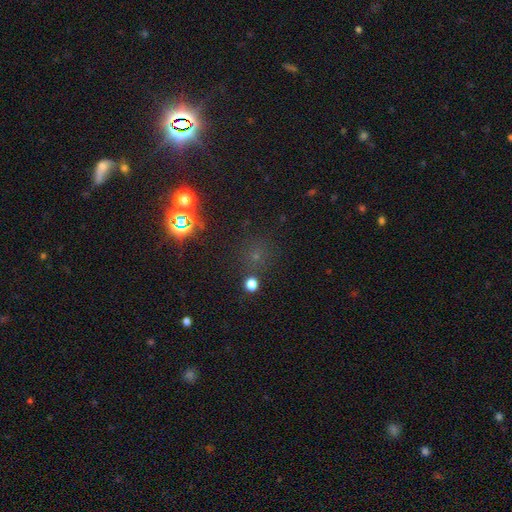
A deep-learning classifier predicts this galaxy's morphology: smooth-or-featured: star or artifact: 50% | smooth: 41% | featured or disk: 8%